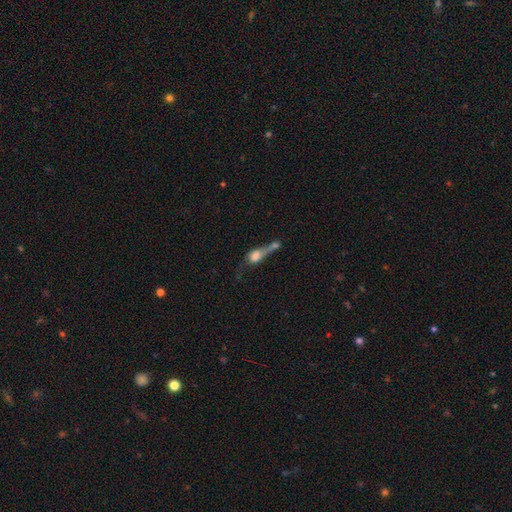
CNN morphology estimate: A smooth galaxy with no disk features (55%) that is in between round and cigar-shaped (50%). Merging: merger (53%).